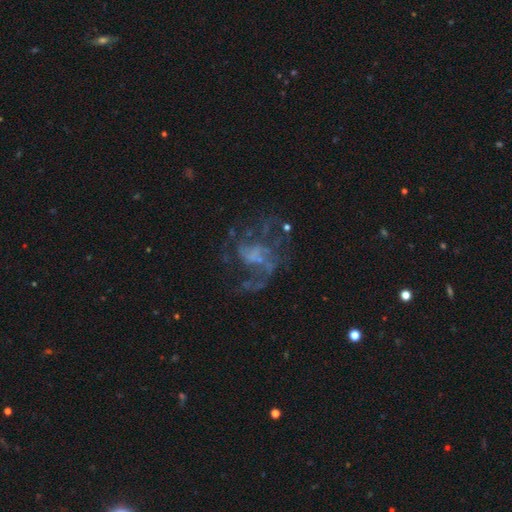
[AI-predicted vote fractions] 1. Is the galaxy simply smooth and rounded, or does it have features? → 74% featured or disk, 15% star or artifact, 11% smooth.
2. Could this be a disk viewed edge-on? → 98% no, 2% yes.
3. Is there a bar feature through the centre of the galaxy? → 67% no, 27% weak, 6% strong.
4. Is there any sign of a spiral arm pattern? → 69% yes, 31% no.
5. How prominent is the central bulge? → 58% none, 23% small, 14% moderate, 4% large, 1% dominant.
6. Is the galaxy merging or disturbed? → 48% none, 34% major disturbance, 14% minor disturbance, 4% merger.